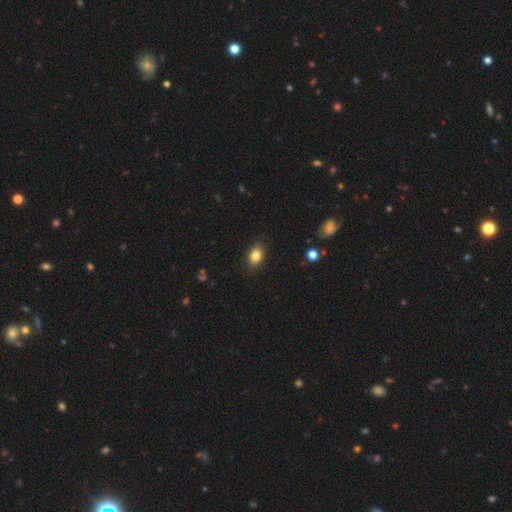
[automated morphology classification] type=smooth (84%); roundness=in between (81%); merging=none (86%).